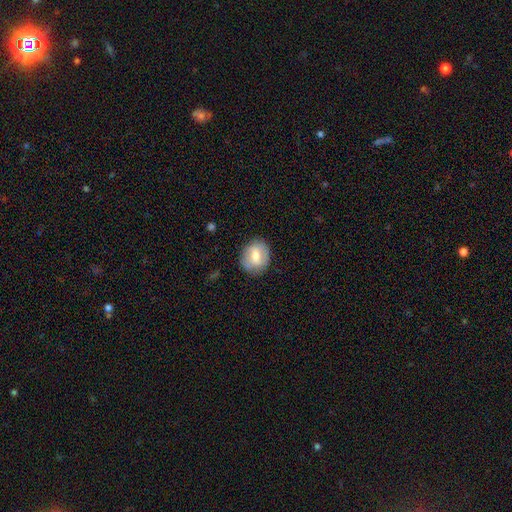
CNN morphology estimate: Overall: smooth (59%; featured or disk 34%). How rounded: round (61%; in between 38%). Merging: none (81%).